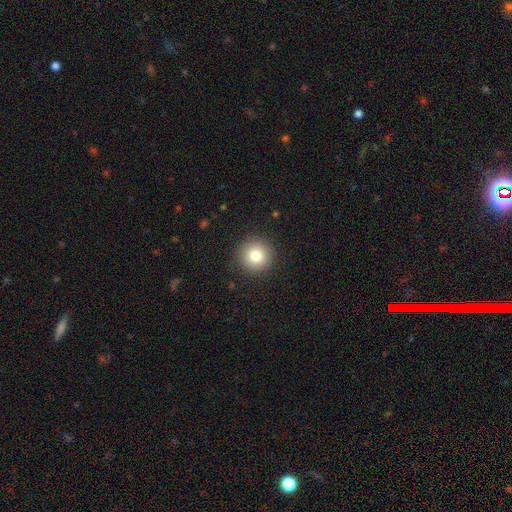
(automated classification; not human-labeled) Smooth or featured? Predicted: smooth (p=0.79). How rounded? Predicted: round (p=0.96). Merging? Predicted: none (p=0.91).